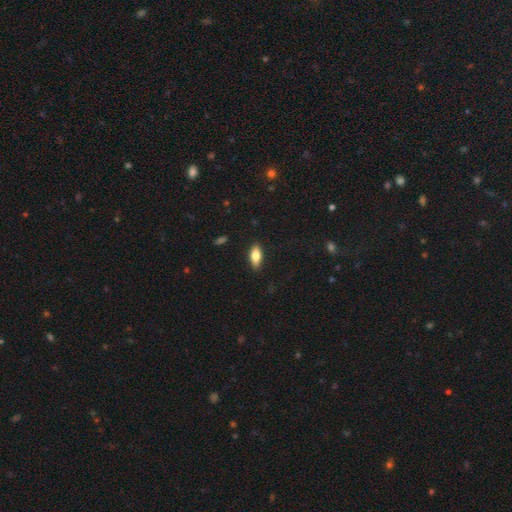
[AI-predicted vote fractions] smooth-or-featured: smooth: 74% | featured or disk: 19% | star or artifact: 7%
  how-rounded: in between: 79% | cigar-shaped: 19% | round: 3%
  merging: none: 88% | minor disturbance: 9% | major disturbance: 2% | merger: 1%